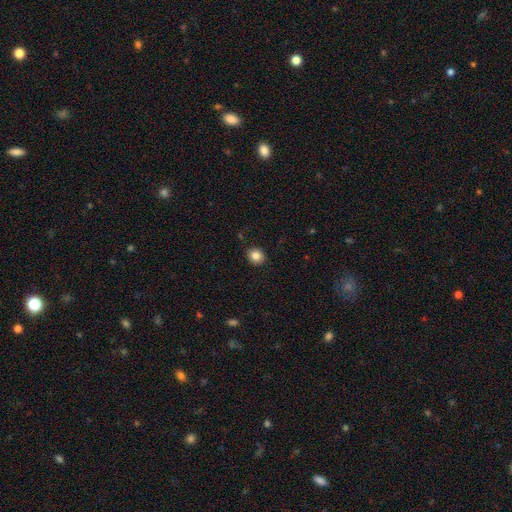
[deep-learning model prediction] smooth_or_featured: smooth (p=0.83) [alt: star or artifact p=0.10]
how_rounded: round (p=0.75) [alt: in between p=0.24]
merging: none (p=0.90) [alt: minor disturbance p=0.08]